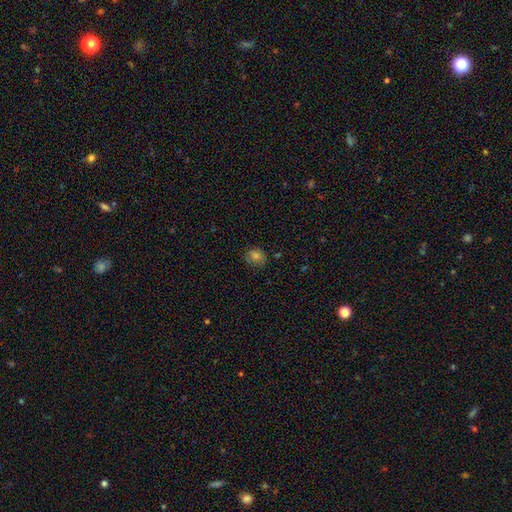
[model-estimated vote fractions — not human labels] A smooth galaxy with no disk features (75%) that is round (69%). Merging: none (77%).